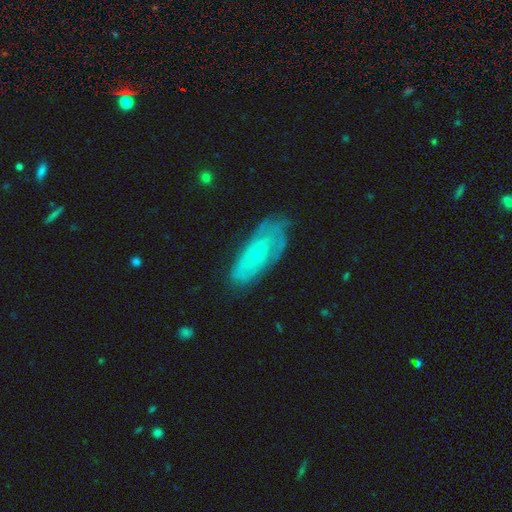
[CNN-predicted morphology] This appears to be a featured or disk galaxy (59%). Merging: none (75%).